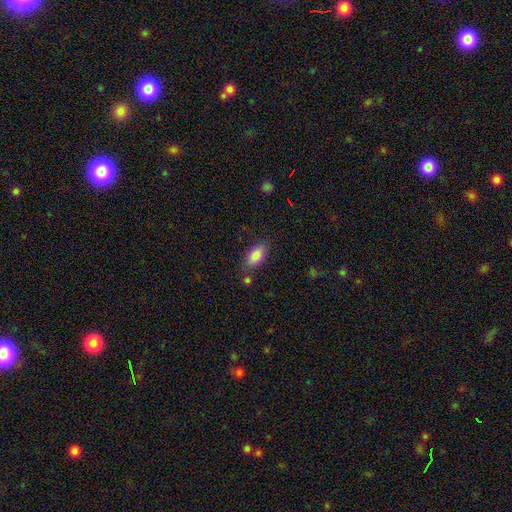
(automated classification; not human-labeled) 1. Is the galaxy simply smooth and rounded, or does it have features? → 85% smooth, 8% featured or disk, 7% star or artifact.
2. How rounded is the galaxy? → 89% in between, 7% cigar-shaped, 3% round.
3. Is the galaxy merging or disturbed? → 77% none, 15% minor disturbance, 5% merger, 4% major disturbance.